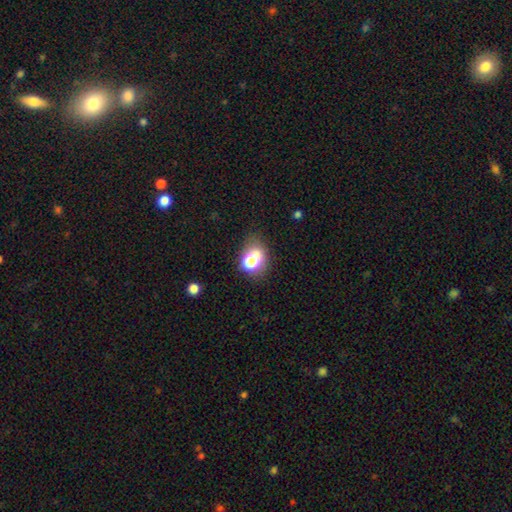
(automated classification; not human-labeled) A smooth galaxy with no disk features (68%) that is in between round and cigar-shaped (62%).

Vote fractions:
- Smooth or featured? smooth: 68% / featured or disk: 17% / star or artifact: 14%
- How rounded? in between: 62% / round: 36% / cigar-shaped: 2%
- Merging? none: 46% / minor disturbance: 22% / merger: 19% / major disturbance: 12%